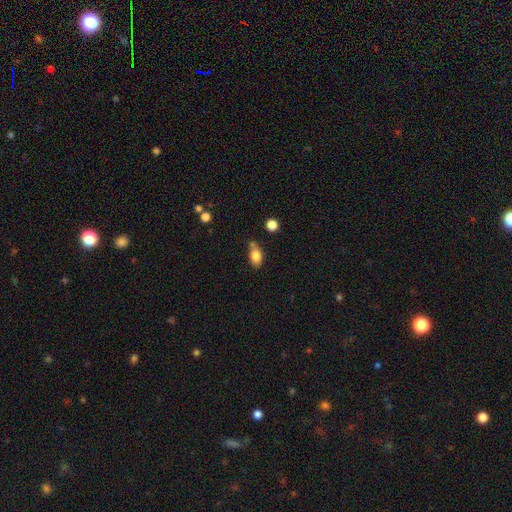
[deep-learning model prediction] Q: Smooth or featured?
A: smooth (80%); runner-up: featured or disk (11%)
Q: How rounded?
A: in between (82%); runner-up: round (14%)
Q: Merging?
A: none (53%); runner-up: minor disturbance (25%)